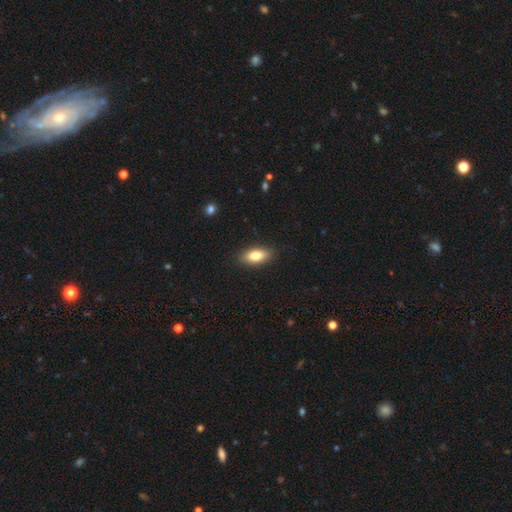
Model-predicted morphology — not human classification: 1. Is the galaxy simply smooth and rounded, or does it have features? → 79% smooth, 14% featured or disk, 7% star or artifact.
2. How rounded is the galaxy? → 84% in between, 12% cigar-shaped, 4% round.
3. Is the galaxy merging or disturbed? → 88% none, 9% minor disturbance, 2% major disturbance, 1% merger.